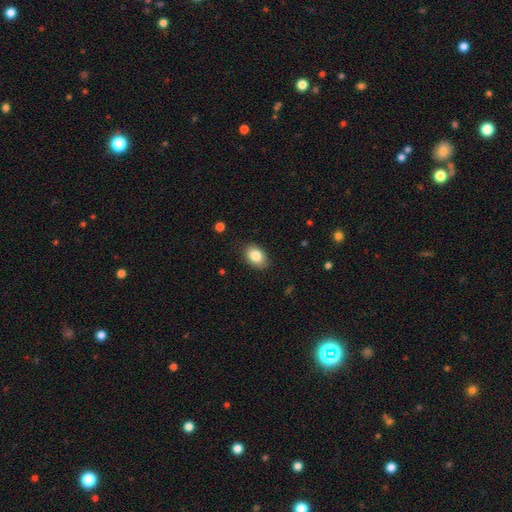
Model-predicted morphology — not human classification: type=smooth (84%); roundness=in between (84%); merging=none (85%).